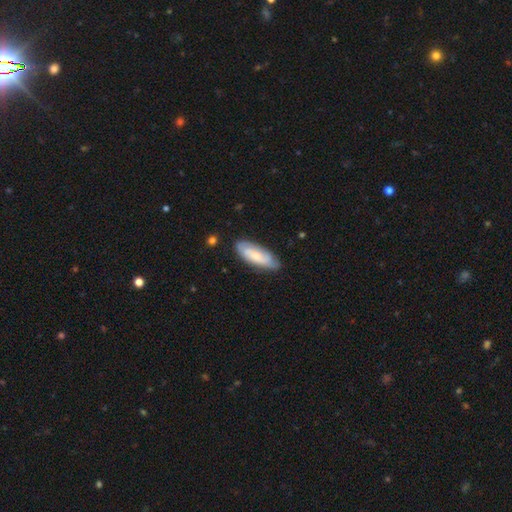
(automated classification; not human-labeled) The model was most divided on "smooth or featured": featured or disk: 49%, smooth: 45%, star or artifact: 6%. More confident: merging — none (78%).